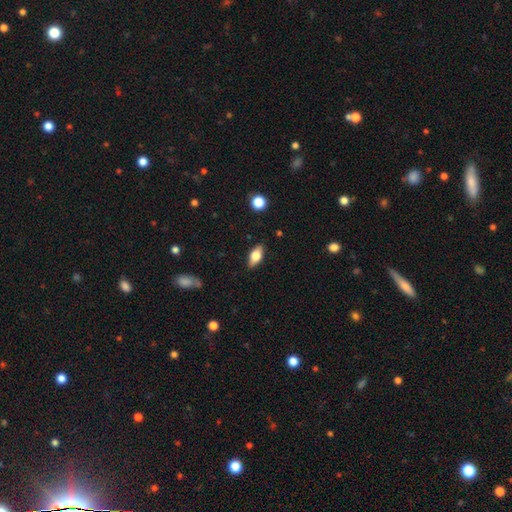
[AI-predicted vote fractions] Smooth or featured? smooth (63%)
How rounded? in between (81%)
Merging? none (86%)